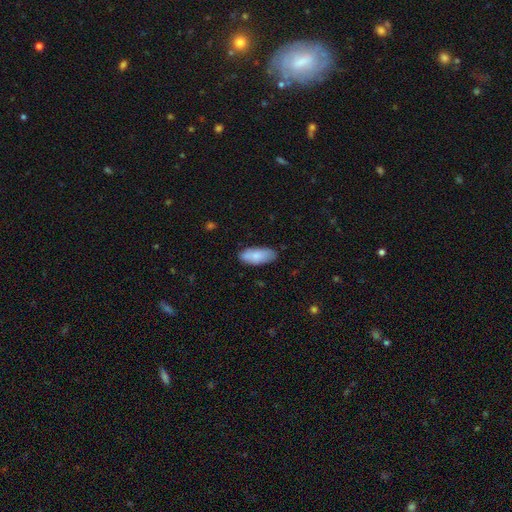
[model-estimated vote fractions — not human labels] Overall: smooth (83%). How rounded: in between (85%). Merging: none (80%).